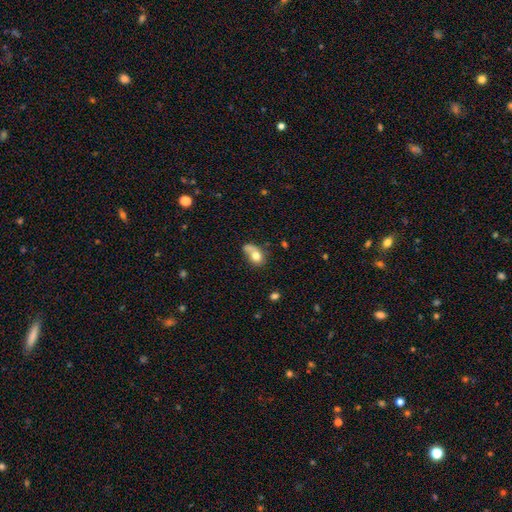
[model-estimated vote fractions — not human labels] smooth 74%, featured or disk 17%, star or artifact 9%. Down the decision tree: how rounded — in between (66%); merging — none (34%).